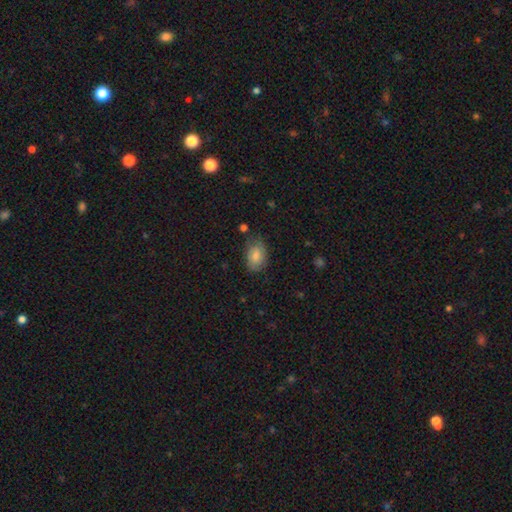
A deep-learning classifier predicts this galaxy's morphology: Smooth or featured? Predicted: smooth (p=0.79). How rounded? Predicted: in between (p=0.85). Merging? Predicted: none (p=0.67).